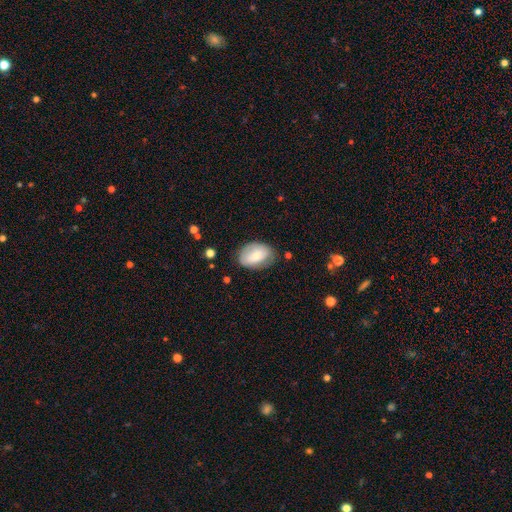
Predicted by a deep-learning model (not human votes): This is likely a smooth galaxy (67%). How rounded: clearly in between (85%). Merging: likely none (71%).